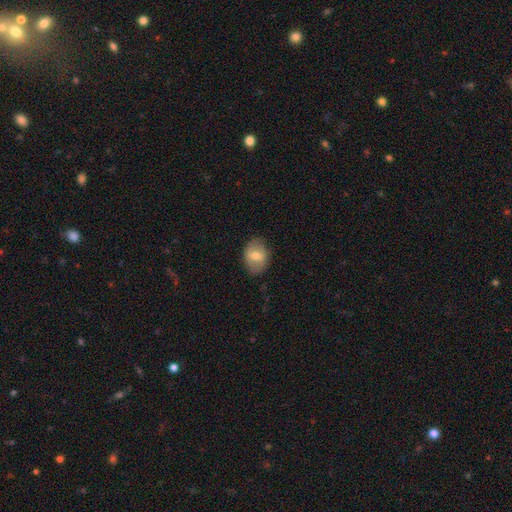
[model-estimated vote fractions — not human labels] Smooth or featured? Predicted: smooth (p=0.63). How rounded? Predicted: in between (p=0.65). Merging? Predicted: none (p=0.82).